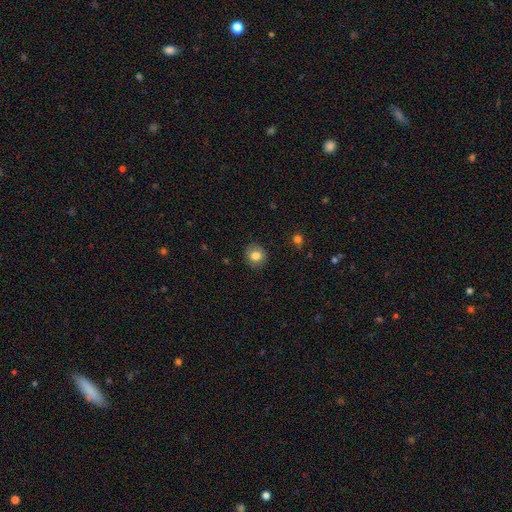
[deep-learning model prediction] Overall: smooth (81%). How rounded: round (85%). Merging: none (88%).